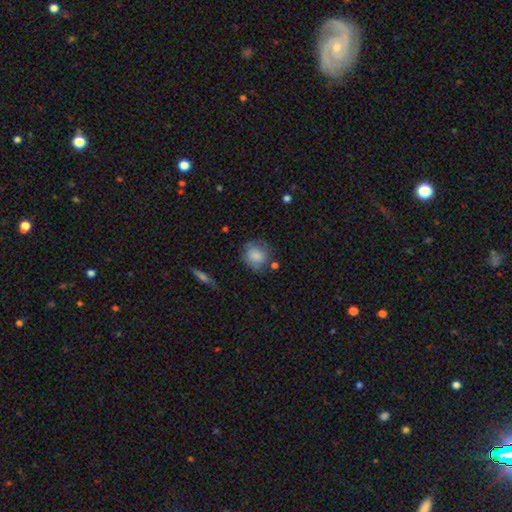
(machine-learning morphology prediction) smooth_or_featured: smooth (p=0.77) [alt: featured or disk p=0.16]
how_rounded: round (p=0.73) [alt: in between p=0.26]
merging: none (p=0.64) [alt: minor disturbance p=0.23]